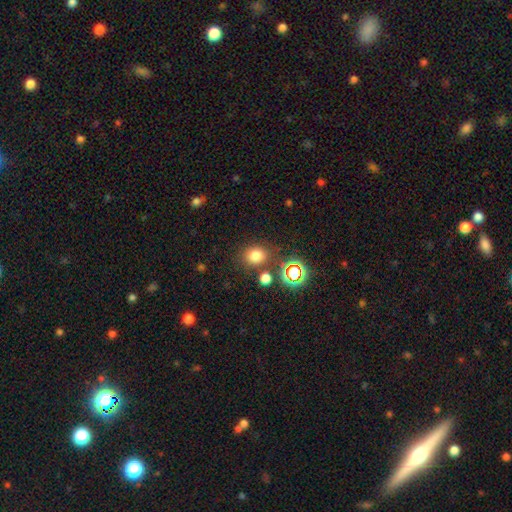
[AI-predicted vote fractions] A smooth galaxy with no disk features (78%) that is round (68%). Merging: none (77%).